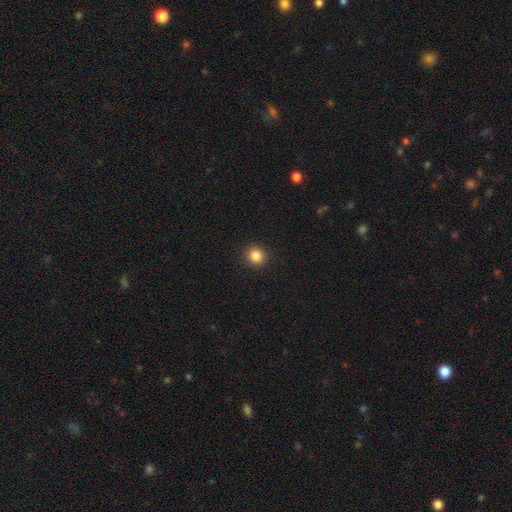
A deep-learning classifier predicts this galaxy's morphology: Smooth or featured? smooth (85%)
How rounded? round (89%)
Merging? none (92%)